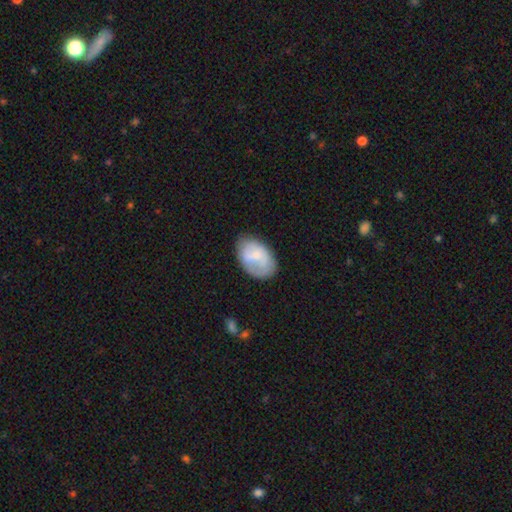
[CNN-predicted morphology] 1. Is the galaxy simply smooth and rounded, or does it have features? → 66% smooth, 27% featured or disk, 7% star or artifact.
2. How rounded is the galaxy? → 88% in between, 11% round, 1% cigar-shaped.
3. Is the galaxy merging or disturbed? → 63% none, 25% minor disturbance, 9% major disturbance, 3% merger.